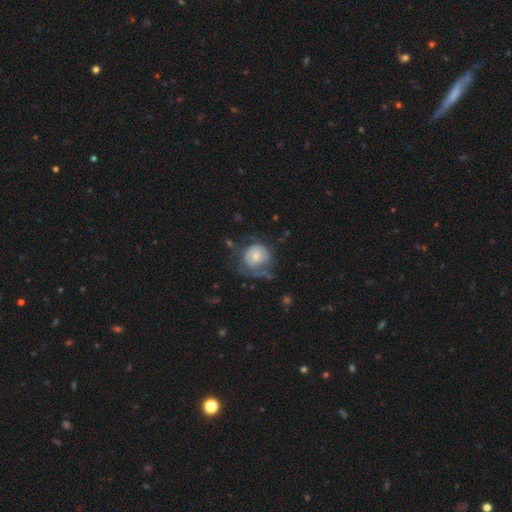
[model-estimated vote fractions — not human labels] Smooth or featured: smooth — 48% (featured or disk — 45%)
Merging: none — 40% (major disturbance — 29%)